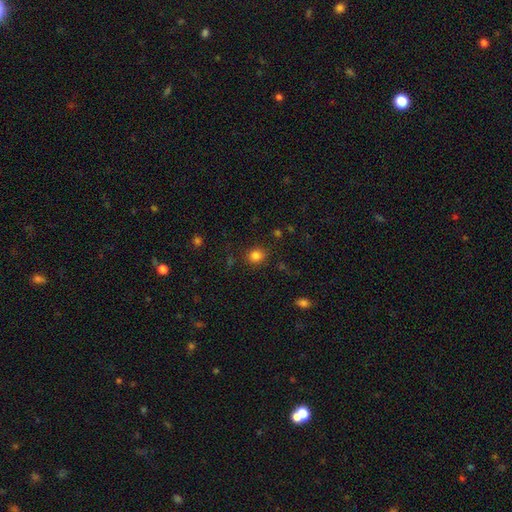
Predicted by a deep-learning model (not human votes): Q: Smooth or featured?
A: smooth (83%); runner-up: star or artifact (13%)
Q: How rounded?
A: round (77%); runner-up: in between (22%)
Q: Merging?
A: none (84%); runner-up: minor disturbance (11%)